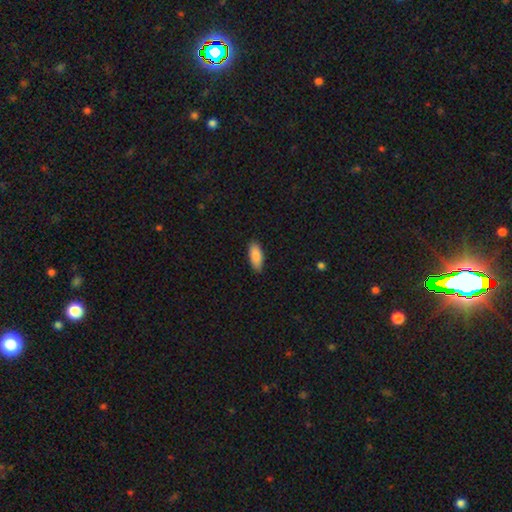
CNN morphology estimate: smooth 88%, featured or disk 7%, star or artifact 6%. Down the decision tree: how rounded — in between (79%); merging — none (85%).